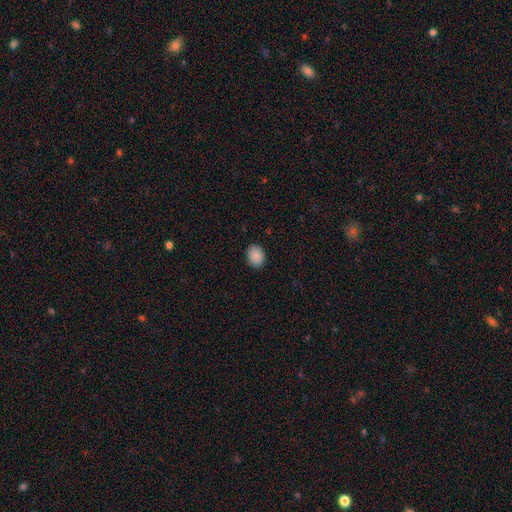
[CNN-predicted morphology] The model was most divided on "how rounded": in between: 64%, round: 36%, cigar-shaped: 1%. More confident: smooth or featured — smooth (89%); merging — none (88%).